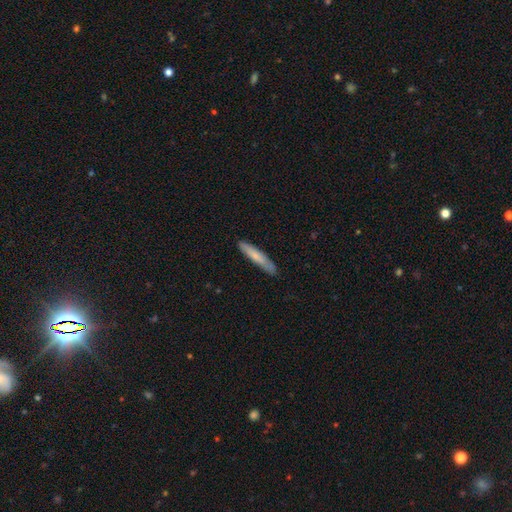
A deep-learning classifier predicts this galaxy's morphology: This appears to be a smooth galaxy with no disk features (69%) that is cigar-shaped (91%). Merging: none (85%).